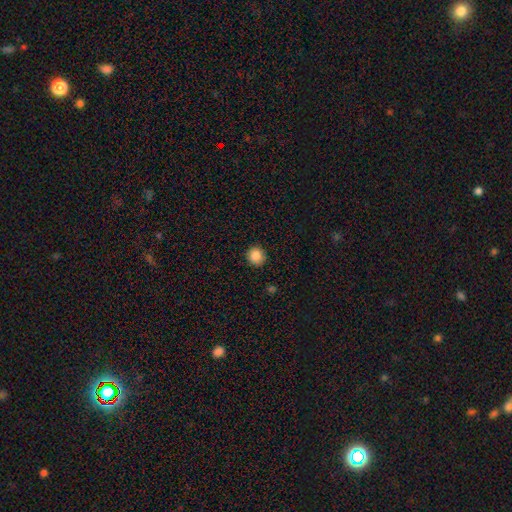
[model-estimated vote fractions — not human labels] Morphology: type=smooth (87%); roundness=round (93%); merging=none (91%).